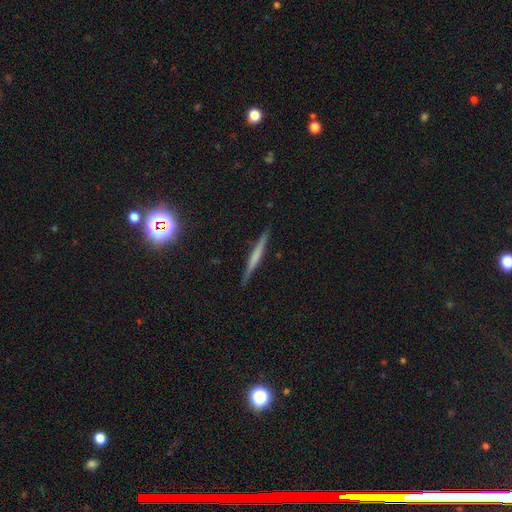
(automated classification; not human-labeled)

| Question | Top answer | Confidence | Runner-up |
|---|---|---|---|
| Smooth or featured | featured or disk | 51% | smooth (40%) |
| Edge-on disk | yes | 97% | no (3%) |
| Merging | none | 90% | minor disturbance (7%) |